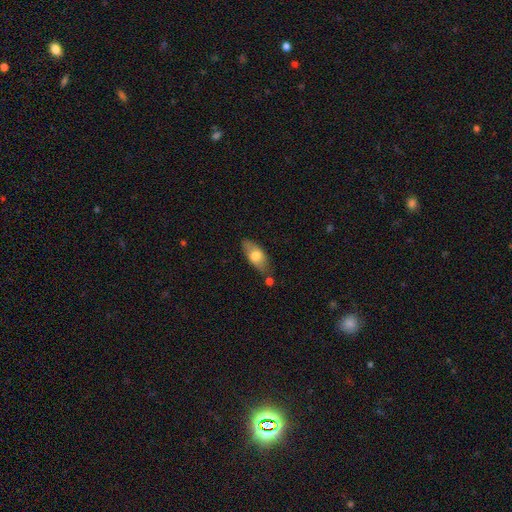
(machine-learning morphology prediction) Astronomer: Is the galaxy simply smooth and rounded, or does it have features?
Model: smooth — 67%.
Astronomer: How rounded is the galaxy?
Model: in between — 81%.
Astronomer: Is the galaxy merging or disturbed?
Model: none — 68%.